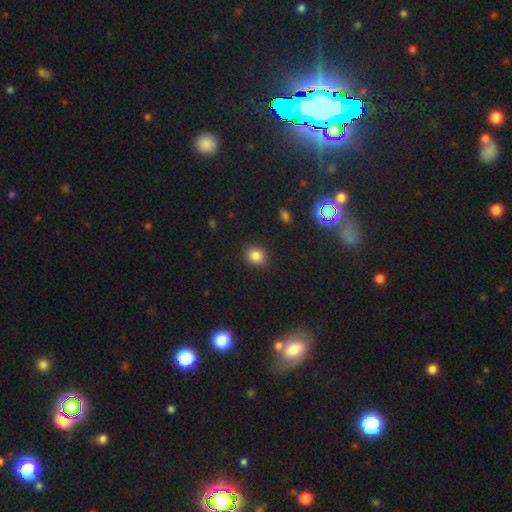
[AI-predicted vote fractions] A smooth galaxy with no disk features (84%) that is round (61%).

Vote fractions:
- Smooth or featured? smooth: 84% / star or artifact: 12% / featured or disk: 5%
- How rounded? round: 61% / in between: 38% / cigar-shaped: 1%
- Merging? none: 89% / minor disturbance: 8% / major disturbance: 2% / merger: 1%